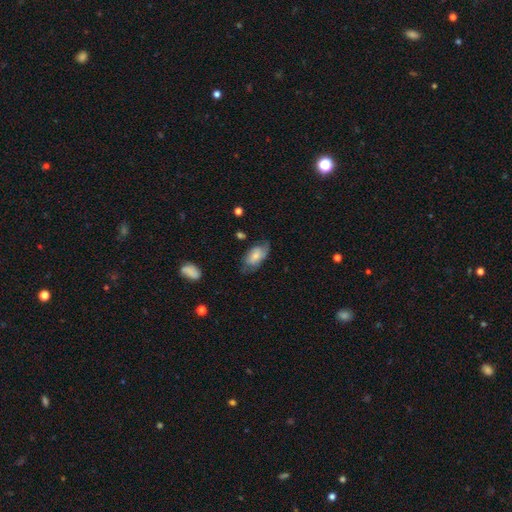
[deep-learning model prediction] A smooth galaxy with no disk features (54%) that is in between round and cigar-shaped (91%). Merging: none (56%).